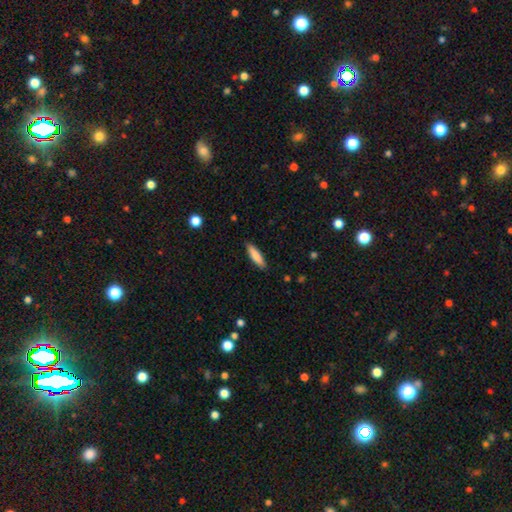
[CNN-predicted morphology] smooth_or_featured: smooth (p=0.83) [alt: featured or disk p=0.11]
how_rounded: cigar-shaped (p=0.69) [alt: in between p=0.30]
merging: none (p=0.89) [alt: minor disturbance p=0.09]